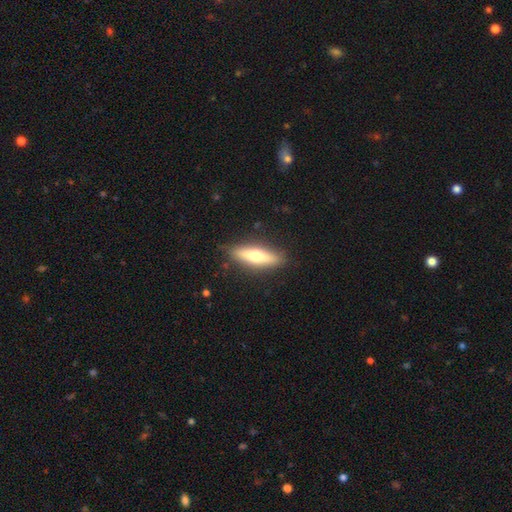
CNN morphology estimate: Smooth or featured?
  - smooth: 57% *
  - featured or disk: 37%
  - star or artifact: 6%
How rounded?
  - cigar-shaped: 65% *
  - in between: 33%
  - round: 2%
Merging?
  - none: 85% *
  - minor disturbance: 11%
  - major disturbance: 2%
  - merger: 1%